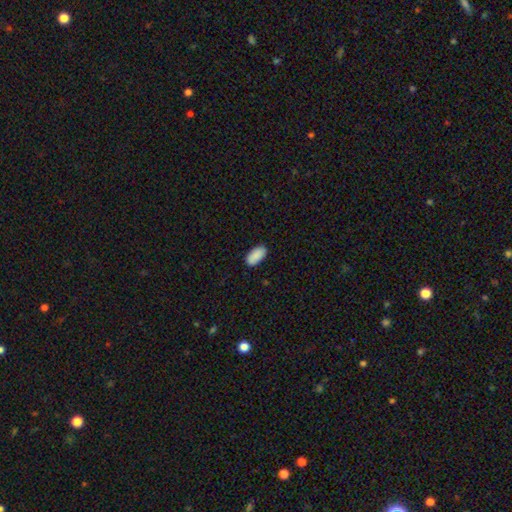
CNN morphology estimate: The model was most divided on "merging": none: 88%, minor disturbance: 9%, major disturbance: 2%, merger: 1%. More confident: how rounded — in between (94%); smooth or featured — smooth (91%).